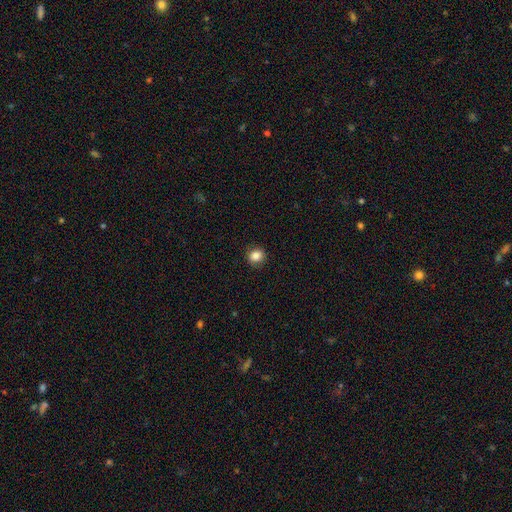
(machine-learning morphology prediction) A smooth galaxy with no disk features (85%) that is round (84%). Merging: none (91%).